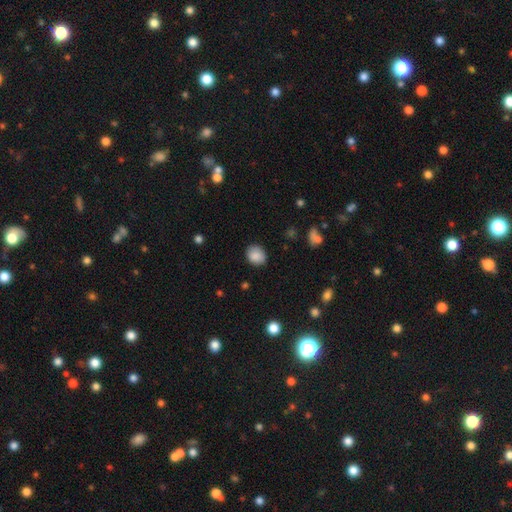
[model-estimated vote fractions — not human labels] Morphology: type=smooth (87%); roundness=round (61%); merging=none (85%).